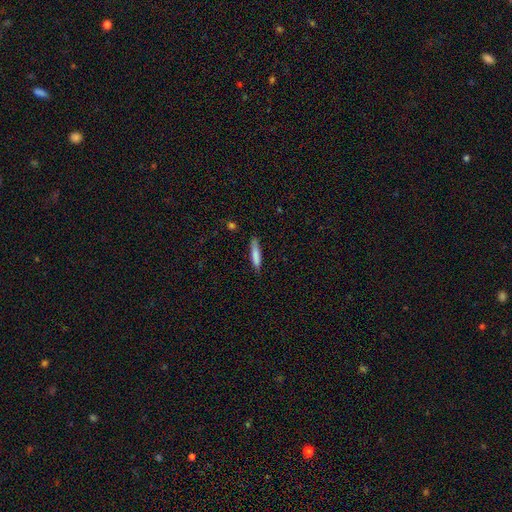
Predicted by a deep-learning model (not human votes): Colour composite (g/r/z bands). It shows a smooth galaxy with no disk features (80%) that is cigar-shaped (85%). Merging: none (81%).